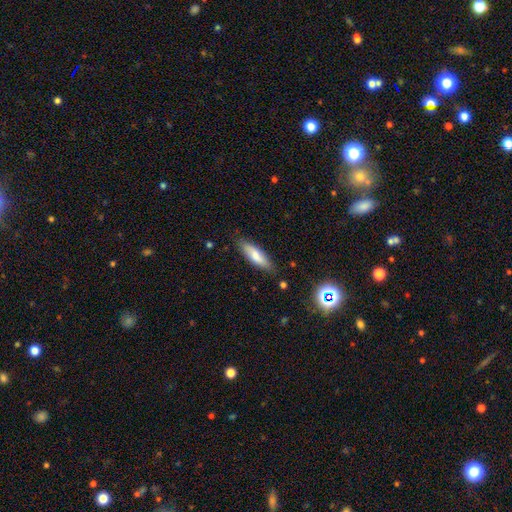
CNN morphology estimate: This appears to be a smooth galaxy with no disk features (76%) that is cigar-shaped (54%). Merging: none (82%).